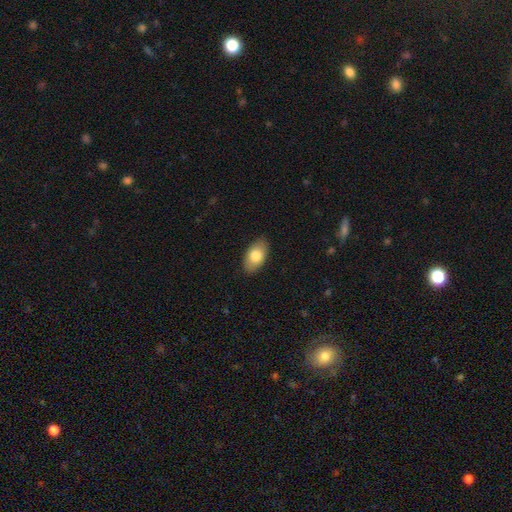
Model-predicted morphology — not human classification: The model was most divided on "smooth or featured": smooth: 78%, featured or disk: 15%, star or artifact: 7%. More confident: how rounded — in between (93%); merging — none (87%).